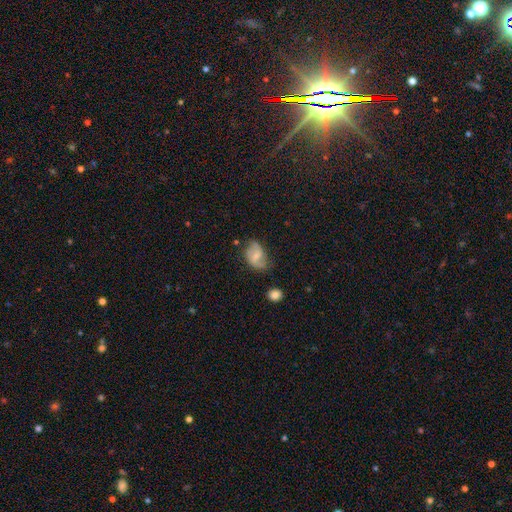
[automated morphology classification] A featured or disk galaxy (57%) with a weak bar (49%), spiral arms (85%) and a small central bulge (49%). Merging: none (58%).